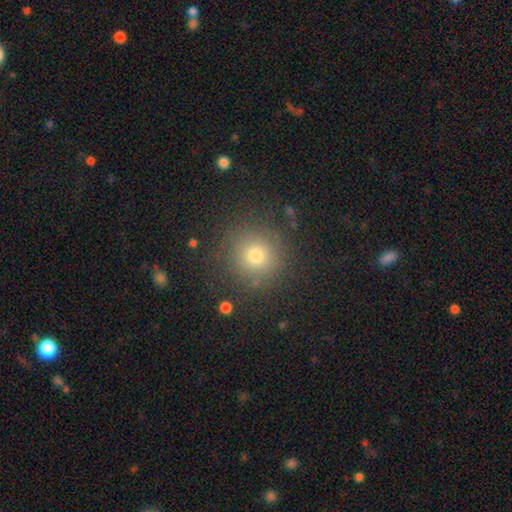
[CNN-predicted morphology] This appears to be a smooth galaxy with no disk features (75%) that is round (94%). Merging: none (84%).